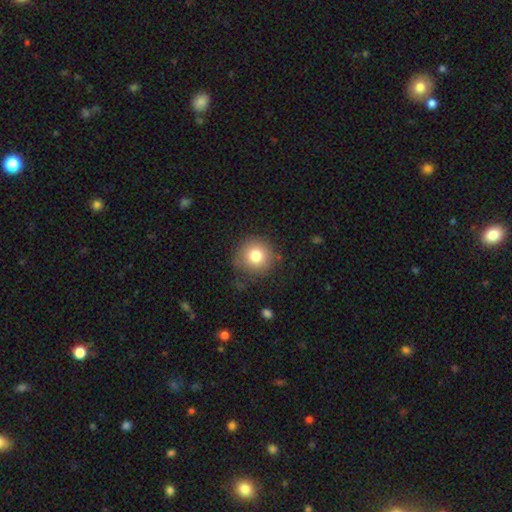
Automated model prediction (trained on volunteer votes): A smooth galaxy with no disk features (79%) that is round (93%). Merging: none (80%).